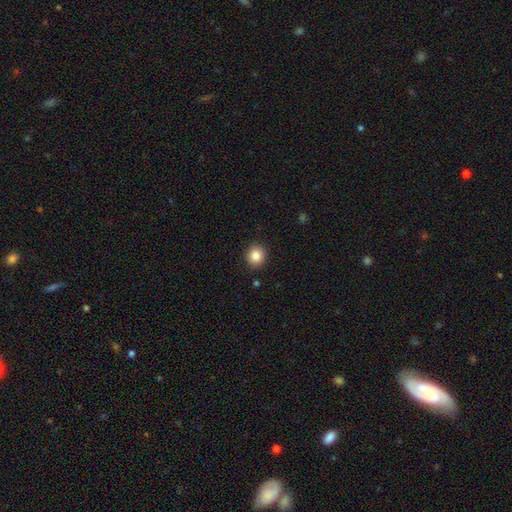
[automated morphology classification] Smooth or featured: smooth — 86% (star or artifact — 9%)
How rounded: round — 84% (in between — 15%)
Merging: none — 91% (minor disturbance — 6%)